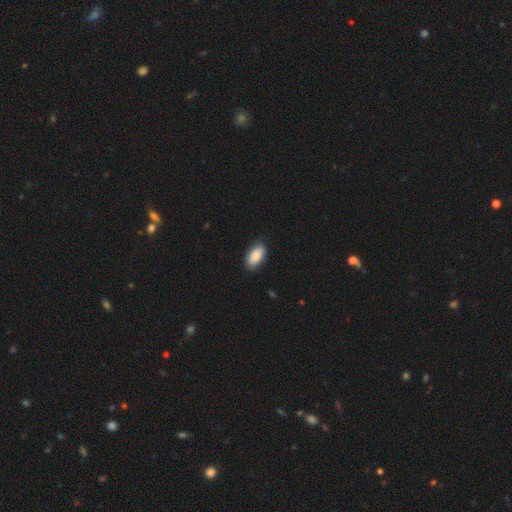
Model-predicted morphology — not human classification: A smooth galaxy with no disk features (89%) that is in between round and cigar-shaped (94%). Merging: none (81%).